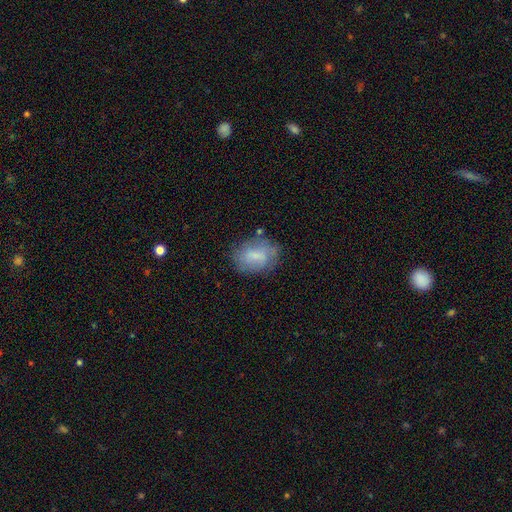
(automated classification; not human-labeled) Smooth or featured? smooth (67%)
How rounded? in between (72%)
Merging? none (67%)